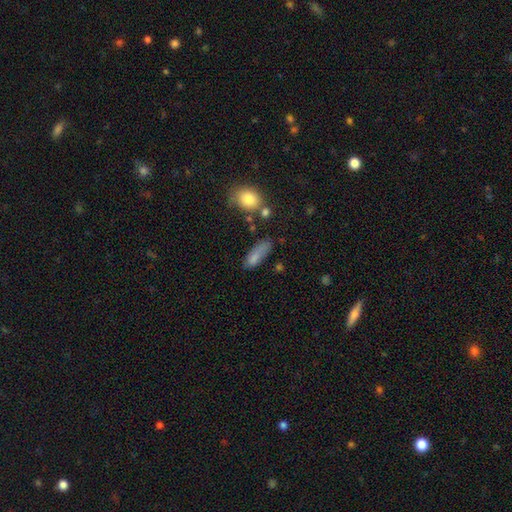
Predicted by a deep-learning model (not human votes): The model was most divided on "merging": none: 47%, minor disturbance: 29%, major disturbance: 15%, merger: 9%. More confident: smooth or featured — smooth (80%); how rounded — in between (60%).